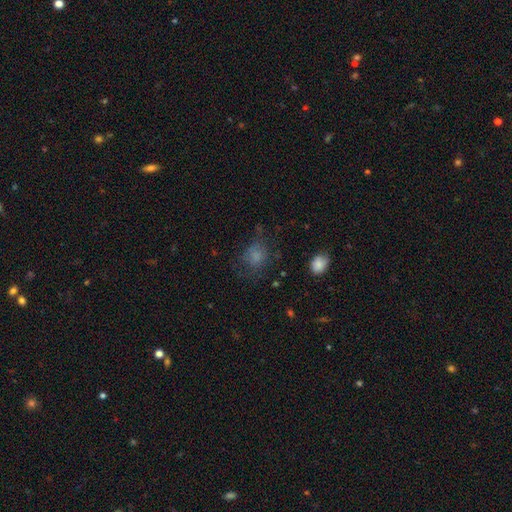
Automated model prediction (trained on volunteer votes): This appears to be a smooth galaxy with no disk features (72%) that is round (60%). Merging: none (55%).